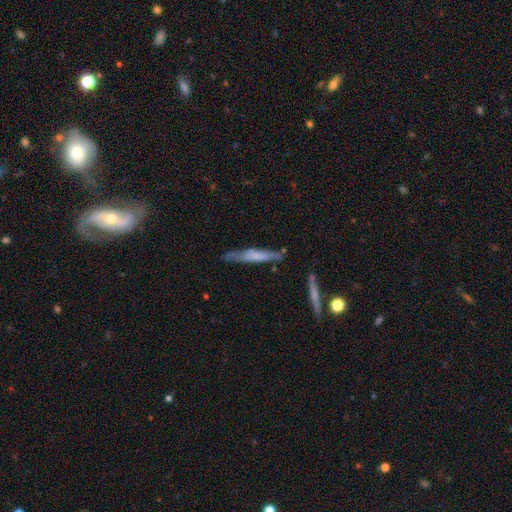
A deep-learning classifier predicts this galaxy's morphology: type=smooth (47%); merging=none (75%).